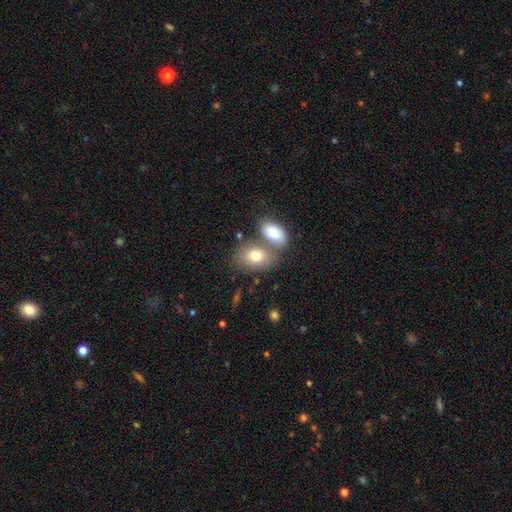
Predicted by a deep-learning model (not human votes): smooth 76%, featured or disk 16%, star or artifact 8%. Down the decision tree: how rounded — in between (80%); merging — none (44%).